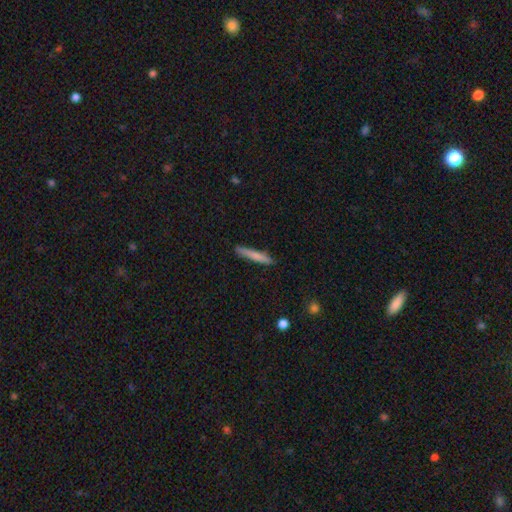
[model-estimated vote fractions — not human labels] Morphology: type=smooth (76%); roundness=cigar-shaped (95%); merging=none (88%).